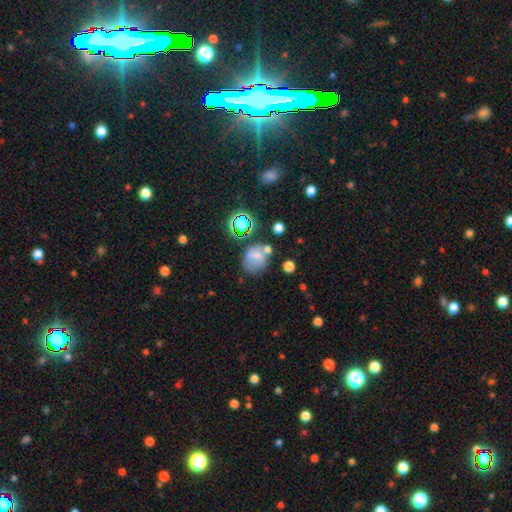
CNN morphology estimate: Q: Smooth or featured?
A: smooth (56%); runner-up: featured or disk (22%)
Q: How rounded?
A: round (58%); runner-up: in between (40%)
Q: Merging?
A: none (48%); runner-up: minor disturbance (22%)